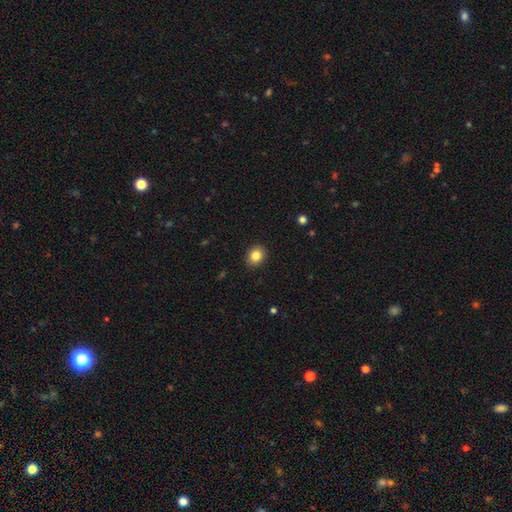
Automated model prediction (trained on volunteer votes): smooth_or_featured: smooth (p=0.84) [alt: star or artifact p=0.10]
how_rounded: round (p=0.64) [alt: in between p=0.35]
merging: none (p=0.91) [alt: minor disturbance p=0.07]